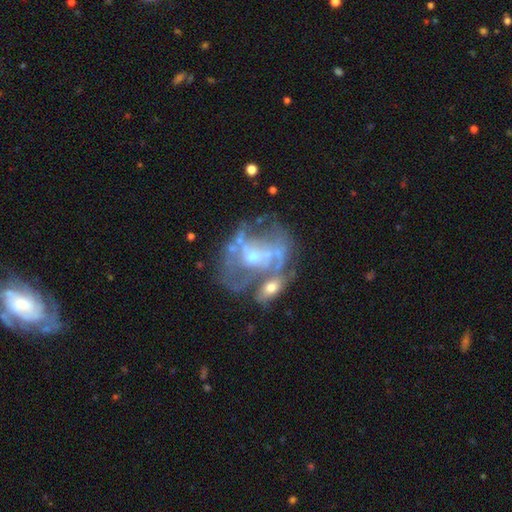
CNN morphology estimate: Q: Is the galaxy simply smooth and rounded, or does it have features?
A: featured or disk — 79%.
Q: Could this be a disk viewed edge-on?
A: no — 97%.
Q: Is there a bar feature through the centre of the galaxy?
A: no — 62%.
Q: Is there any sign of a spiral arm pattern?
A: yes — 54%.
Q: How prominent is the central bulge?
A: moderate — 50%.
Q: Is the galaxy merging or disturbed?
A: merger — 33%.